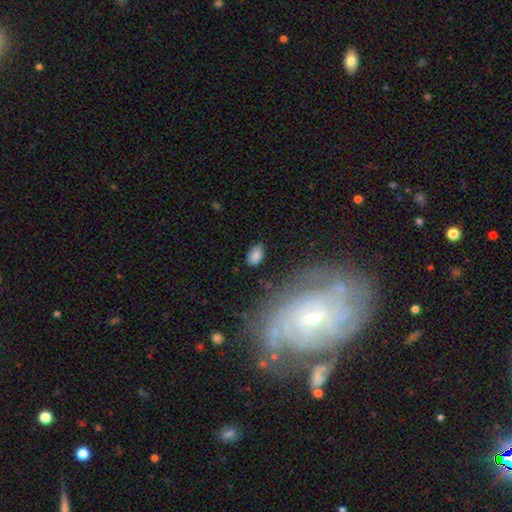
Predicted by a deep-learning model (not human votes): smooth-or-featured: smooth: 83% | star or artifact: 9% | featured or disk: 8%
  how-rounded: in between: 89% | round: 9% | cigar-shaped: 2%
  merging: none: 78% | minor disturbance: 15% | major disturbance: 5% | merger: 2%